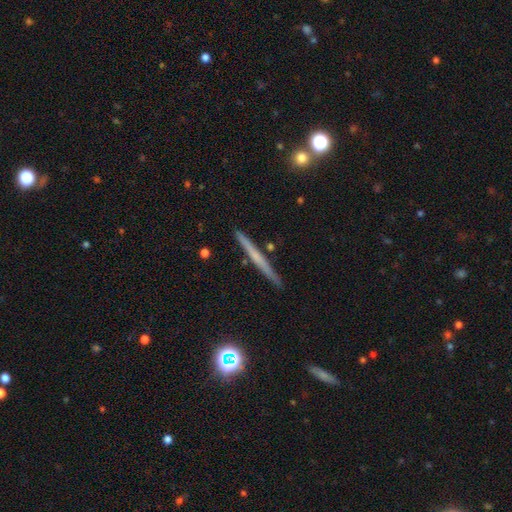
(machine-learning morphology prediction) smooth-or-featured: featured or disk: 52% | smooth: 41% | star or artifact: 8%
  disk-edge-on: yes: 97% | no: 3%
    edge-on-bulge: none: 82% | rounded: 14% | boxy: 5%
  merging: none: 90% | minor disturbance: 7% | merger: 1% | major disturbance: 1%